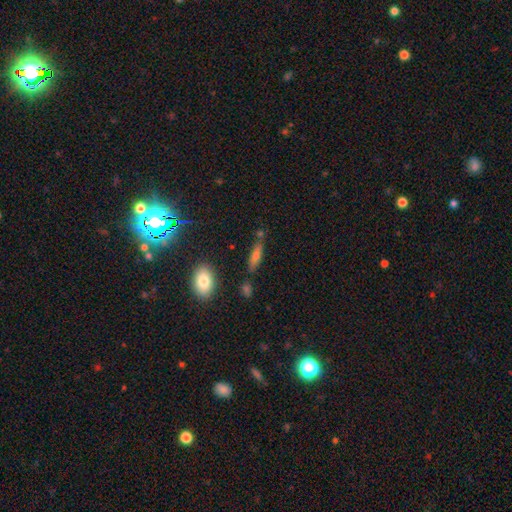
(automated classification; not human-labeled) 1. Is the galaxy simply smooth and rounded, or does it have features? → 62% smooth, 22% featured or disk, 16% star or artifact.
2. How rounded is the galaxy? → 60% cigar-shaped, 35% in between, 4% round.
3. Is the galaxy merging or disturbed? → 74% none, 13% minor disturbance, 9% merger, 4% major disturbance.